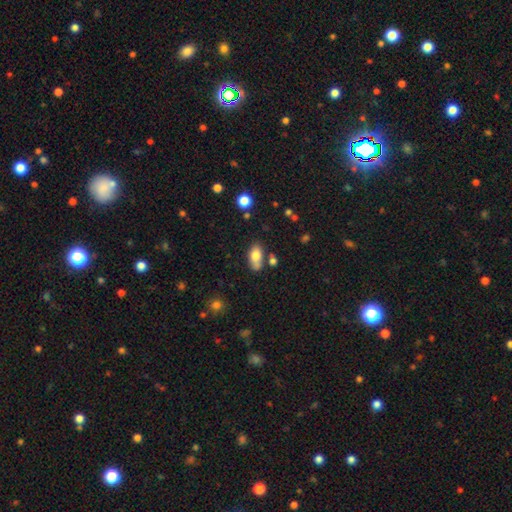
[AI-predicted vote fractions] Smooth or featured: smooth — 80% (featured or disk — 12%)
How rounded: in between — 90% (round — 6%)
Merging: none — 57% (minor disturbance — 20%)